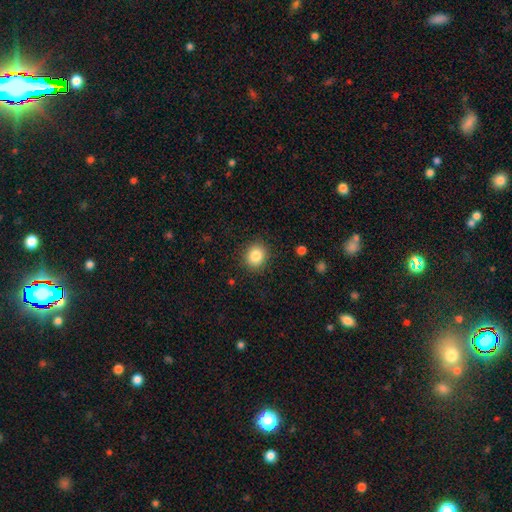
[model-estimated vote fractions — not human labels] This is clearly a smooth galaxy (85%). How rounded: clearly round (80%). Merging: clearly none (89%).